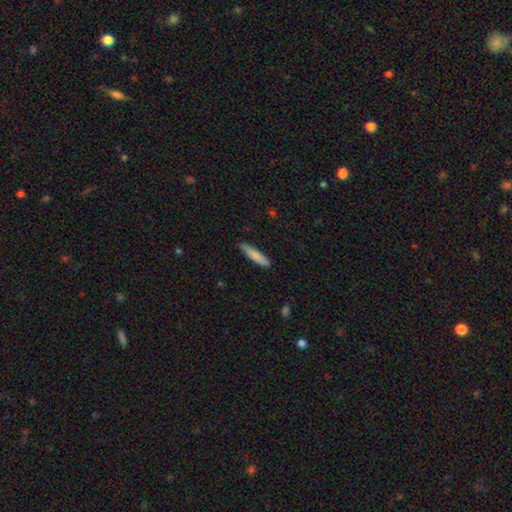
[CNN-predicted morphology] A smooth galaxy with no disk features (80%) that is cigar-shaped (88%).

Vote fractions:
- Smooth or featured? smooth: 80% / featured or disk: 15% / star or artifact: 5%
- How rounded? cigar-shaped: 88% / in between: 11% / round: 1%
- Merging? none: 87% / minor disturbance: 10% / major disturbance: 2% / merger: 1%